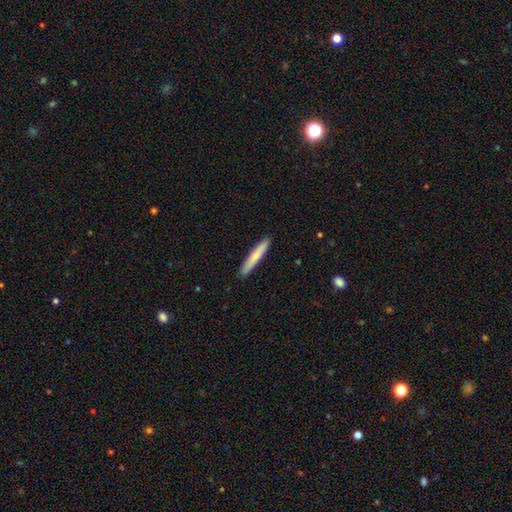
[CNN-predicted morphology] Smooth or featured? smooth (74%)
How rounded? cigar-shaped (95%)
Merging? none (91%)